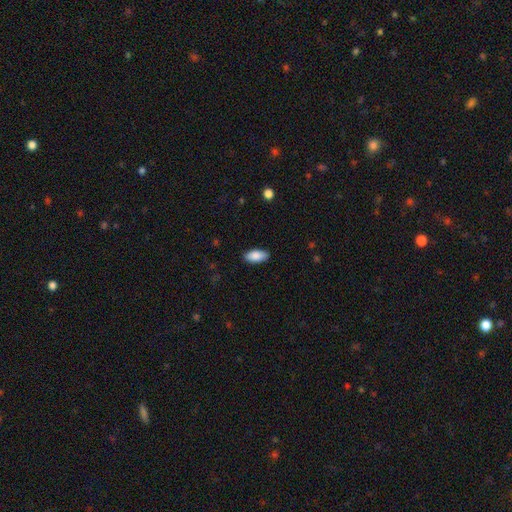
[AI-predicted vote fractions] smooth_or_featured: smooth (p=0.88) [alt: star or artifact p=0.06]
how_rounded: in between (p=0.91) [alt: cigar-shaped p=0.07]
merging: none (p=0.87) [alt: minor disturbance p=0.10]